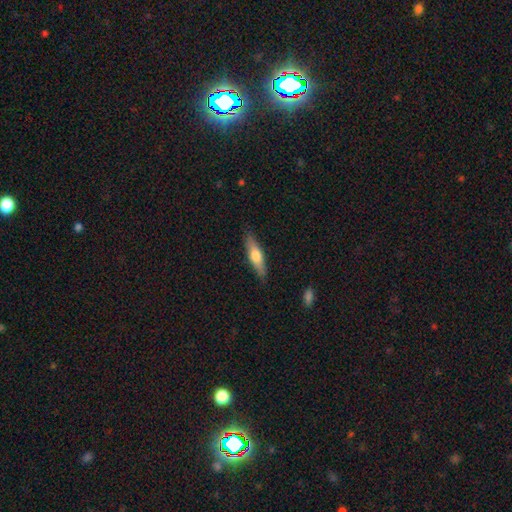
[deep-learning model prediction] The model was most divided on "smooth or featured": smooth: 55%, featured or disk: 39%, star or artifact: 6%. More confident: merging — none (87%); how rounded — cigar-shaped (69%).